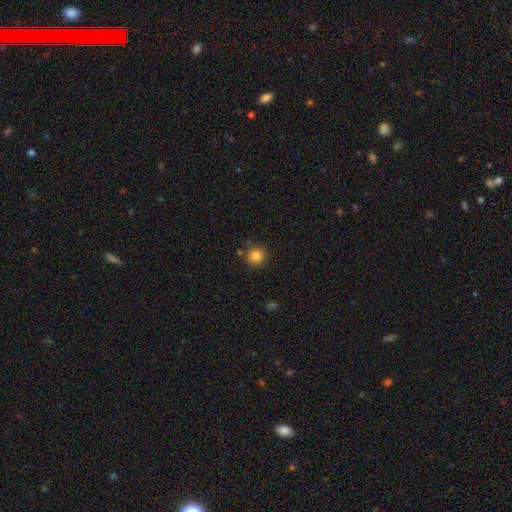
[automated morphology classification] Smooth or featured? smooth (84%)
How rounded? round (93%)
Merging? none (86%)